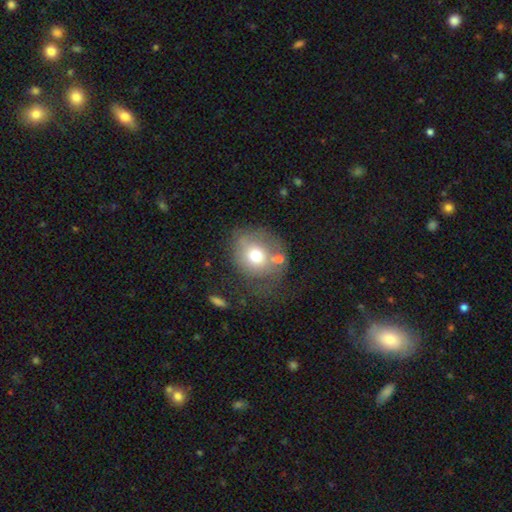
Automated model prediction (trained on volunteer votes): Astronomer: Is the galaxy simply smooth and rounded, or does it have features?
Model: smooth — 65%.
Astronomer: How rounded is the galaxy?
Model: round — 76%.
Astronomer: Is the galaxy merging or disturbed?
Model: none — 44% (runner-up: minor disturbance, 24%).